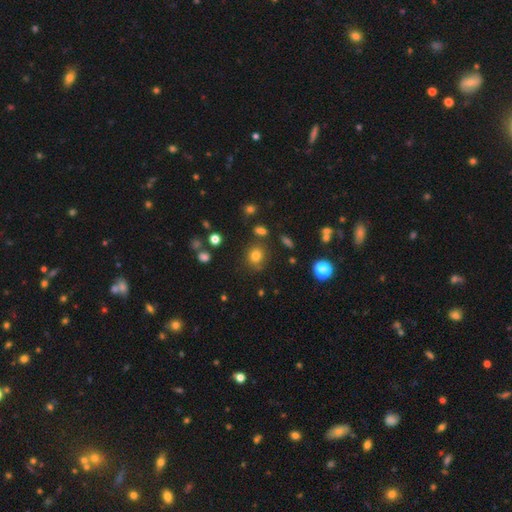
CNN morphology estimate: This is likely a smooth galaxy (78%). How rounded: likely round (77%). Merging: likely none (79%).